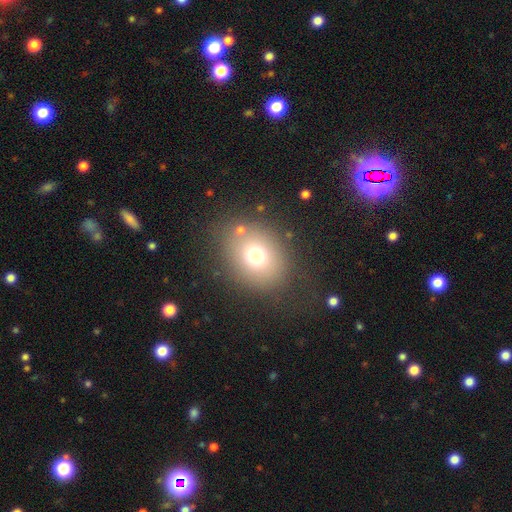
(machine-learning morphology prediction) smooth-or-featured: smooth: 72% | star or artifact: 16% | featured or disk: 12%
  how-rounded: round: 56% | in between: 43% | cigar-shaped: 1%
  merging: none: 78% | minor disturbance: 11% | major disturbance: 7% | merger: 5%